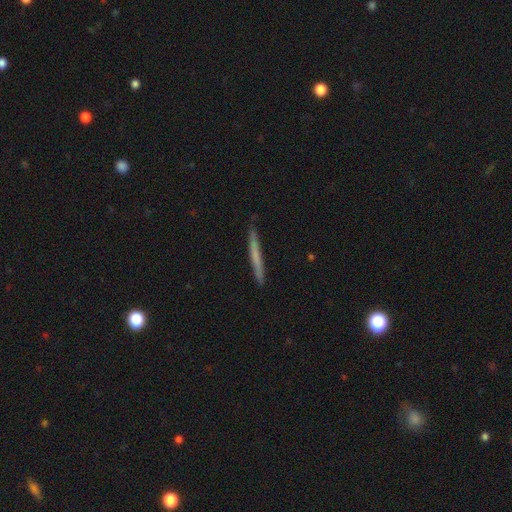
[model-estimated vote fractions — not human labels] Smooth or featured?
  - smooth: 59% *
  - featured or disk: 35%
  - star or artifact: 6%
How rounded?
  - cigar-shaped: 97% *
  - in between: 2%
  - round: 1%
Merging?
  - none: 88% *
  - minor disturbance: 9%
  - major disturbance: 1%
  - merger: 1%